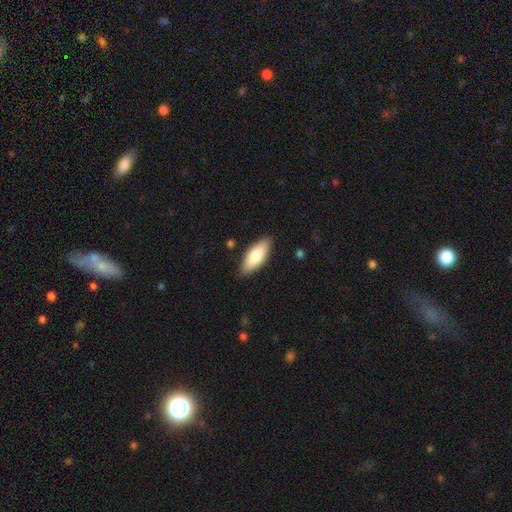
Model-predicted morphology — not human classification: This is likely a smooth galaxy (78%). How rounded: likely in between (76%). Merging: clearly none (86%).